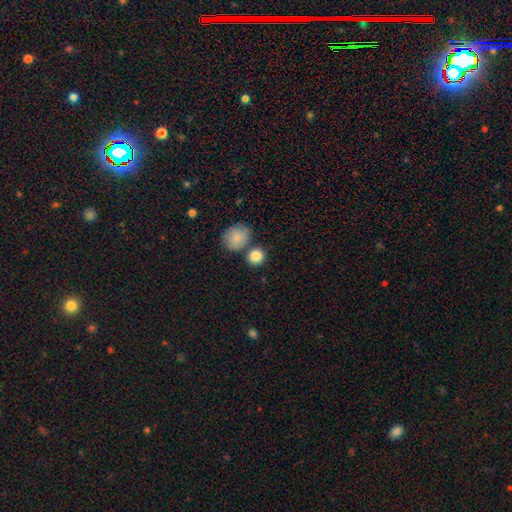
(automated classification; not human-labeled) smooth 86%, star or artifact 8%, featured or disk 6%. Down the decision tree: how rounded — round (84%); merging — none (68%).